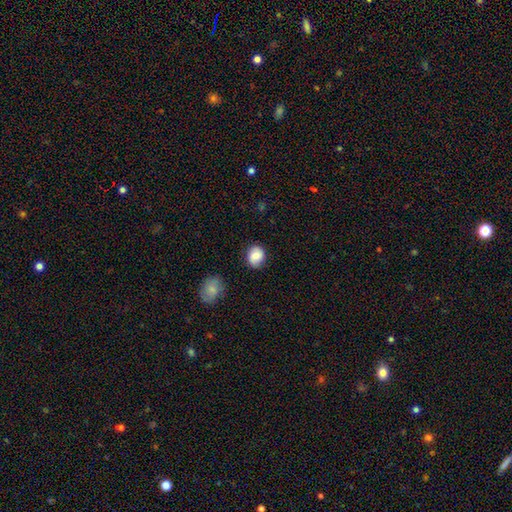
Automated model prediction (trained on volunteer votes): The model was most divided on "how rounded": round: 68%, in between: 31%, cigar-shaped: 1%. More confident: merging — none (81%); smooth or featured — smooth (78%).